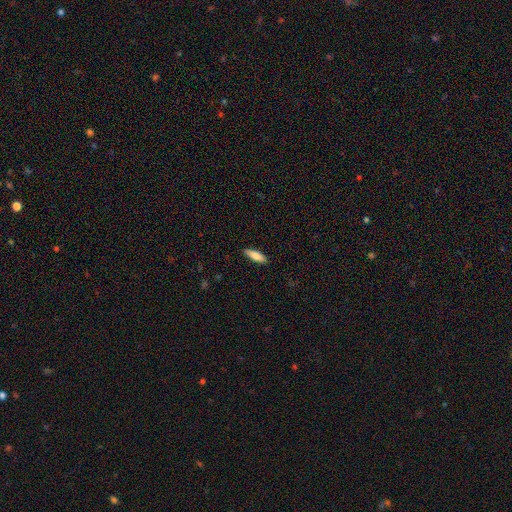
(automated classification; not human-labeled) Q: Smooth or featured?
A: smooth (79%); runner-up: featured or disk (15%)
Q: How rounded?
A: in between (49%); tied with: cigar-shaped (49%)
Q: Merging?
A: none (88%); runner-up: minor disturbance (9%)